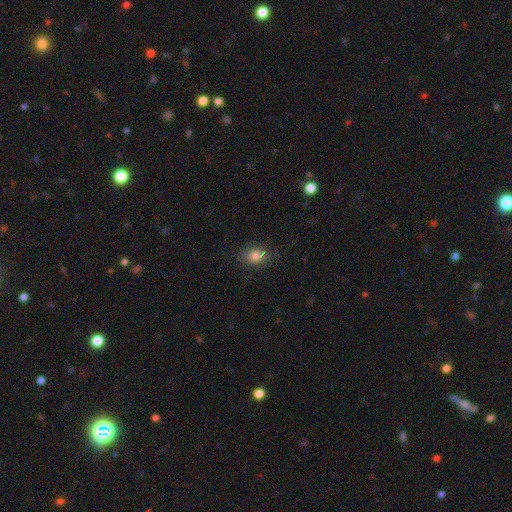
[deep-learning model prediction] Overall: smooth (81%). How rounded: in between (70%). Merging: none (79%).